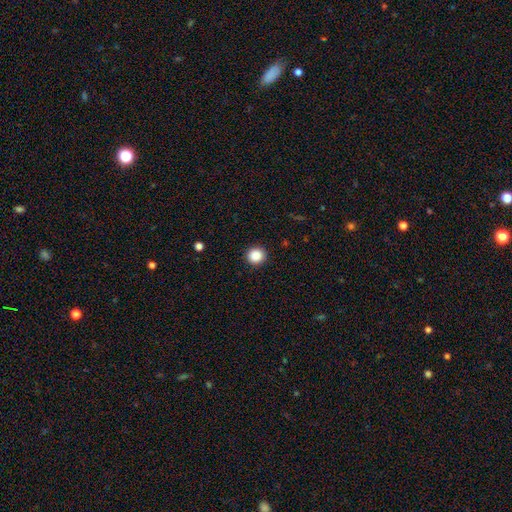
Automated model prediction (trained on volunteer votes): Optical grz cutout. It shows a smooth galaxy with no disk features (88%) that is round (93%). Merging: none (92%).